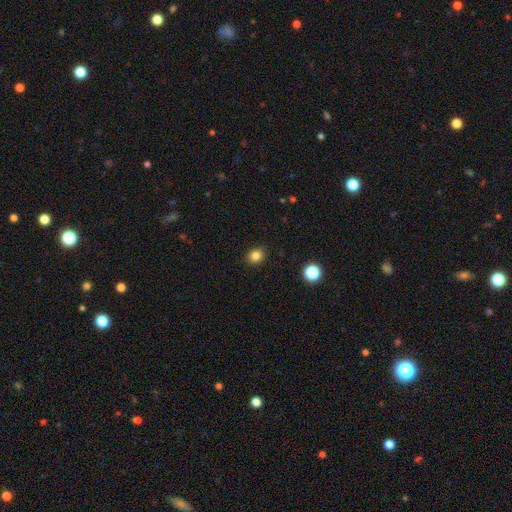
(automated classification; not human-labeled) smooth 83%, star or artifact 12%, featured or disk 5%. Down the decision tree: how rounded — round (65%); merging — none (91%).